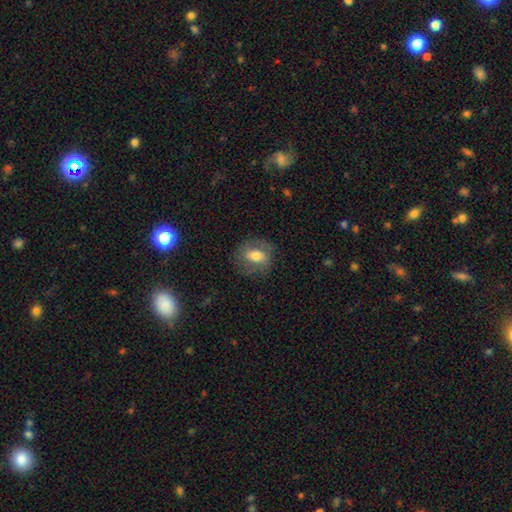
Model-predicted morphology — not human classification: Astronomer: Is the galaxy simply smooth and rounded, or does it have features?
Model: smooth — 59%.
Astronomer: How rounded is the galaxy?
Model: in between — 51% (runner-up: round, 47%).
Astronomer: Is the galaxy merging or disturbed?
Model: none — 74%.